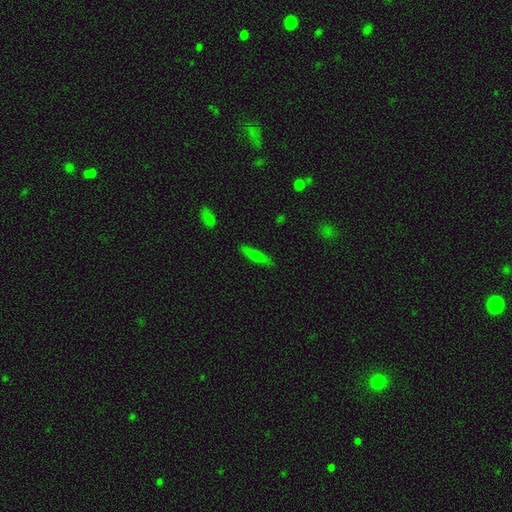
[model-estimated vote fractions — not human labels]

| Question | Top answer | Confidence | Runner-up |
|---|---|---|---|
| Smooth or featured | smooth | 67% | featured or disk (24%) |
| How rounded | cigar-shaped | 78% | in between (20%) |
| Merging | none | 85% | minor disturbance (10%) |